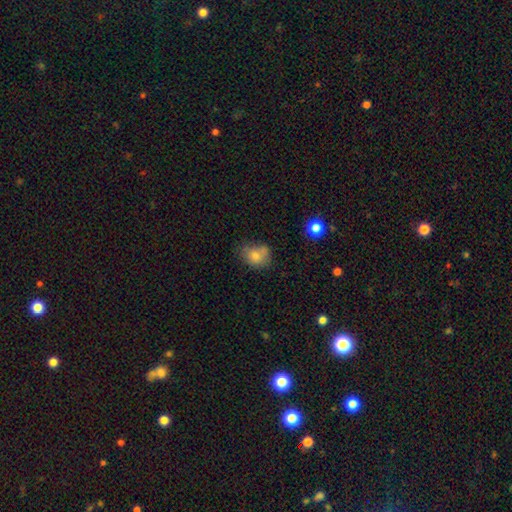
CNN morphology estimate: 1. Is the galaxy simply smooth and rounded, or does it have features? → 77% smooth, 13% featured or disk, 10% star or artifact.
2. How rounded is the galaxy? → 52% in between, 47% round, 1% cigar-shaped.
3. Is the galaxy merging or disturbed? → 47% none, 28% minor disturbance, 14% merger, 10% major disturbance.